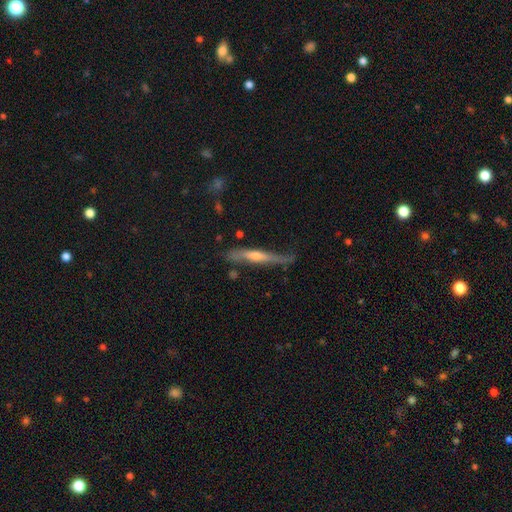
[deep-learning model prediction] Morphology: type=featured or disk (63%); edge-on=yes (90%); edge-on bulge=rounded (72%); merging=none (62%).